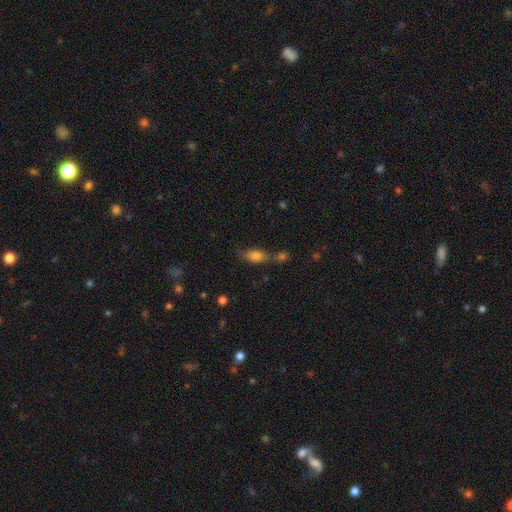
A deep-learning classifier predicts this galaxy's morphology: smooth 77%, featured or disk 12%, star or artifact 11%. Down the decision tree: how rounded — in between (81%); merging — none (43%).